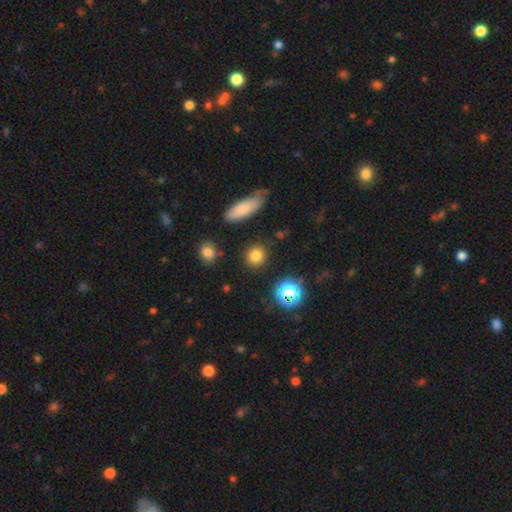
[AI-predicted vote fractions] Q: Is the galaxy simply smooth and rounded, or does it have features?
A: smooth — 79%.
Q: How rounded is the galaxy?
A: round — 84%.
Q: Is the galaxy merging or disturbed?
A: none — 87%.